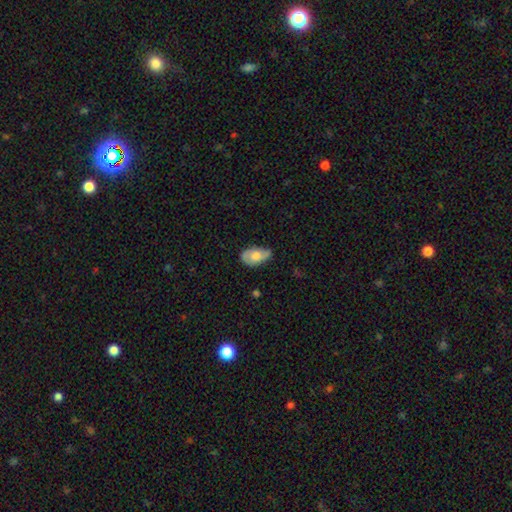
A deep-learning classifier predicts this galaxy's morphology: Q: Smooth or featured?
A: smooth (63%); runner-up: featured or disk (30%)
Q: How rounded?
A: in between (92%); runner-up: round (6%)
Q: Merging?
A: none (51%); runner-up: minor disturbance (38%)